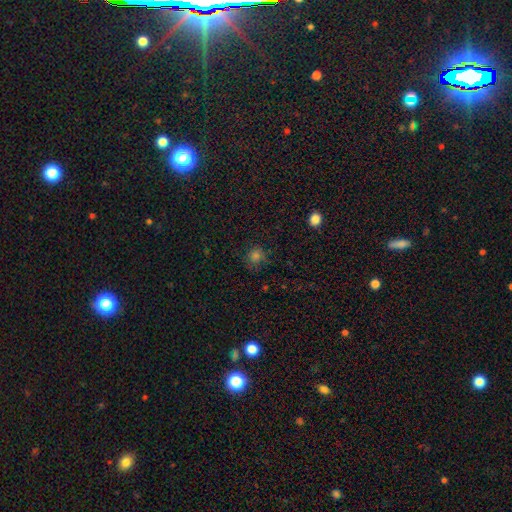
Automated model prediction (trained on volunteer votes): A smooth galaxy with no disk features (74%) that is round (89%).

Vote fractions:
- Smooth or featured? smooth: 74% / star or artifact: 21% / featured or disk: 5%
- How rounded? round: 89% / in between: 10% / cigar-shaped: 1%
- Merging? none: 81% / minor disturbance: 13% / major disturbance: 4% / merger: 2%